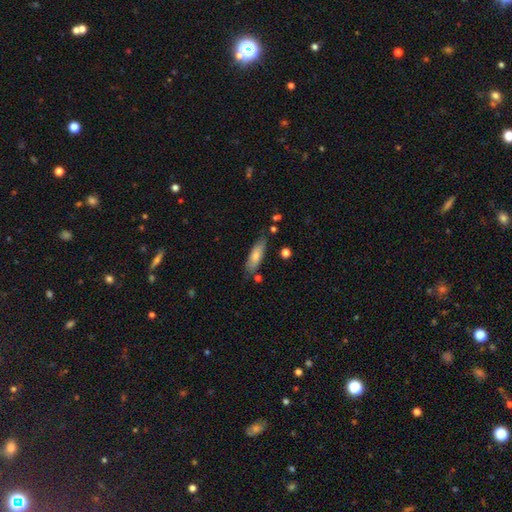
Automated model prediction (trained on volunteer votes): A smooth galaxy with no disk features (74%) that is in between round and cigar-shaped (53%). Merging: none (73%).